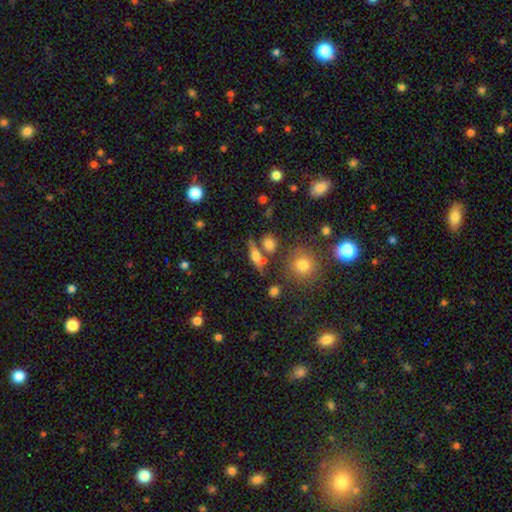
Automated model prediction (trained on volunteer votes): Overall: smooth (53%; featured or disk 34%). How rounded: in between (42%; cigar-shaped 39%). Merging: none (62%).